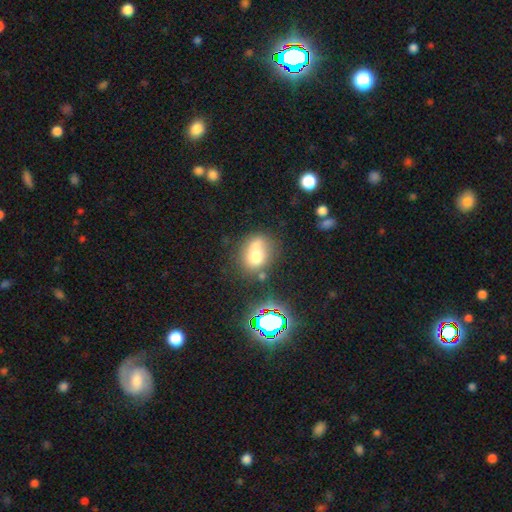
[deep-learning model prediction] smooth 64%, featured or disk 20%, star or artifact 17%. Down the decision tree: how rounded — round (55%); merging — none (41%).